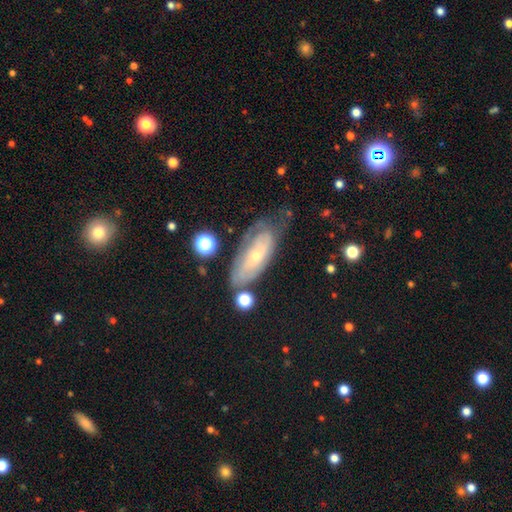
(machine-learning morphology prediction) Smooth or featured?
  - featured or disk: 60% *
  - smooth: 31%
  - star or artifact: 8%
Edge-on disk?
  - no: 83% *
  - yes: 17%
Bar?
  - no: 77% *
  - weak: 18%
  - strong: 5%
Spiral arms?
  - yes: 63% *
  - no: 37%
Bulge size?
  - small: 67% *
  - moderate: 29%
  - large: 2%
  - none: 1%
  - dominant: 1%
Merging?
  - none: 51% *
  - minor disturbance: 29%
  - major disturbance: 16%
  - merger: 4%